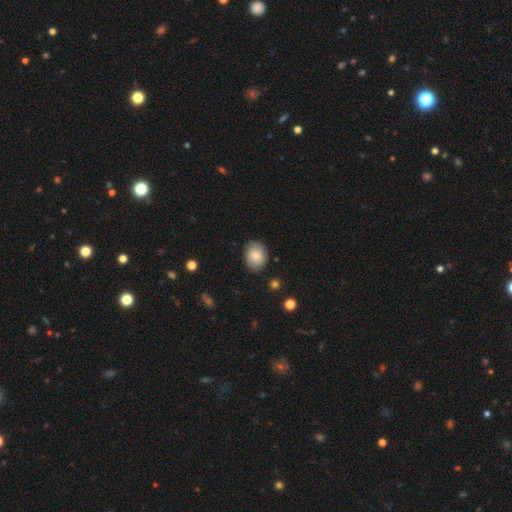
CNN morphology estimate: The model was most divided on "how rounded": in between: 53%, round: 46%, cigar-shaped: 1%. More confident: merging — none (84%); smooth or featured — smooth (82%).